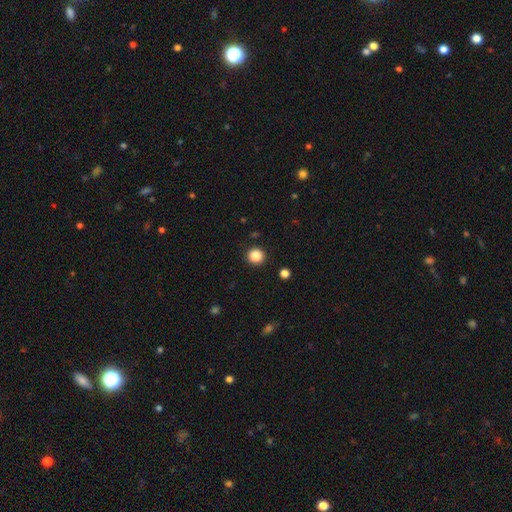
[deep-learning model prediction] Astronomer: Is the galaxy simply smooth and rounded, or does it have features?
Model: smooth — 86%.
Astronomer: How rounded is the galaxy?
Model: round — 94%.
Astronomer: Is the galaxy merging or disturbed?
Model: none — 92%.